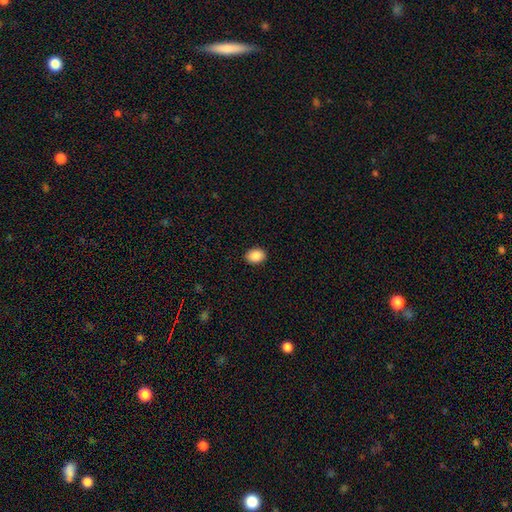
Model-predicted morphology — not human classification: smooth_or_featured: smooth (p=0.89) [alt: star or artifact p=0.08]
how_rounded: in between (p=0.63) [alt: round p=0.36]
merging: none (p=0.91) [alt: minor disturbance p=0.07]